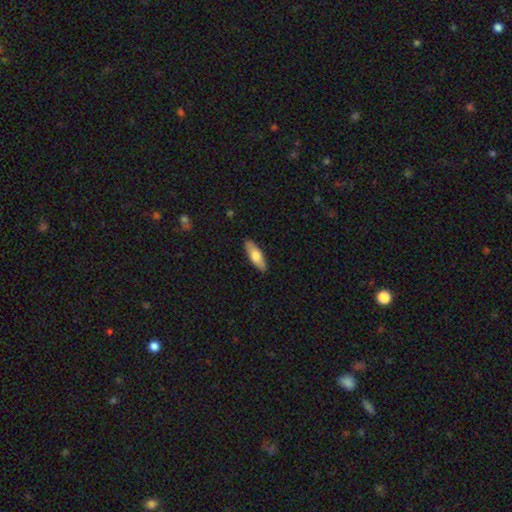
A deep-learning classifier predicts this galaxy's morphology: Smooth or featured? smooth (69%)
How rounded? in between (54%)
Merging? none (89%)